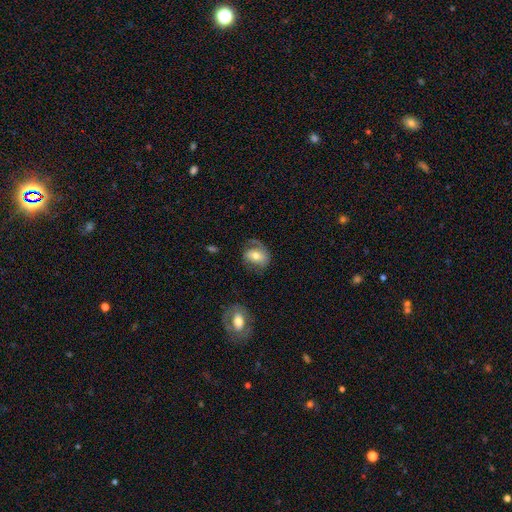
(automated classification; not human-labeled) Smooth or featured? Predicted: featured or disk (p=0.50). Merging? Predicted: none (p=0.58).